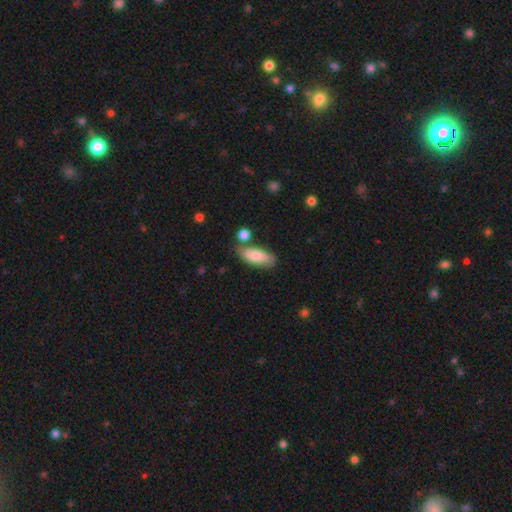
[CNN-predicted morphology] Smooth or featured? smooth (79%)
How rounded? in between (80%)
Merging? none (65%)